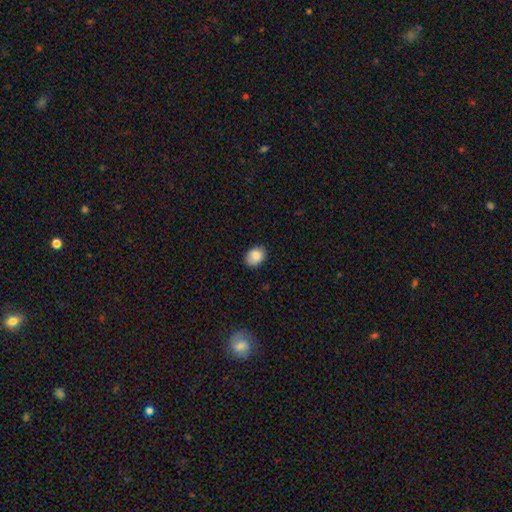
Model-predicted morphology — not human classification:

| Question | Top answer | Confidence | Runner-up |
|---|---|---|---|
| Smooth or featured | smooth | 87% | star or artifact (8%) |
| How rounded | in between | 67% | round (33%) |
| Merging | none | 84% | minor disturbance (12%) |